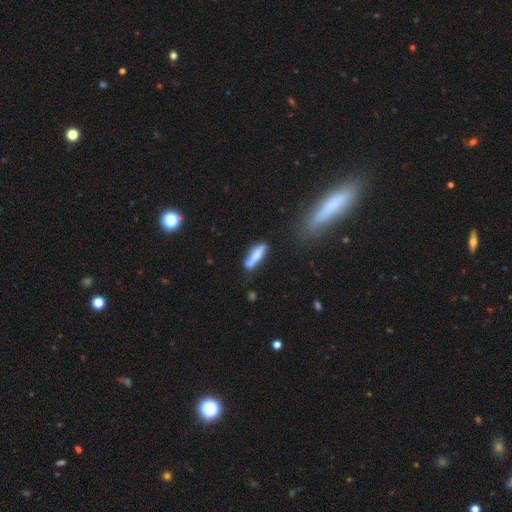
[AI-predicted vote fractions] This appears to be a smooth galaxy with no disk features (69%) that is cigar-shaped (70%). Merging: none (66%).